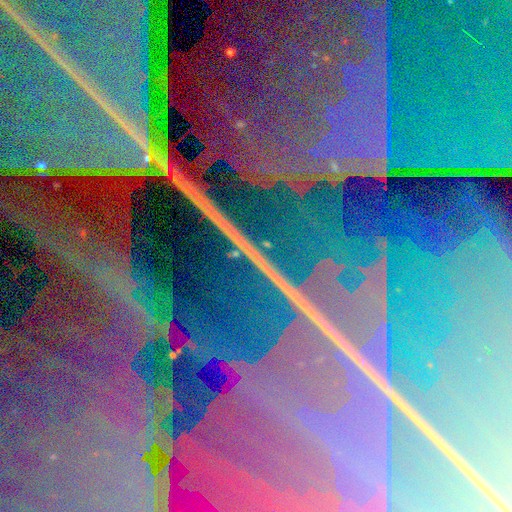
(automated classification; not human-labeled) The model was most divided on "smooth or featured": star or artifact: 87%, featured or disk: 8%, smooth: 5%.